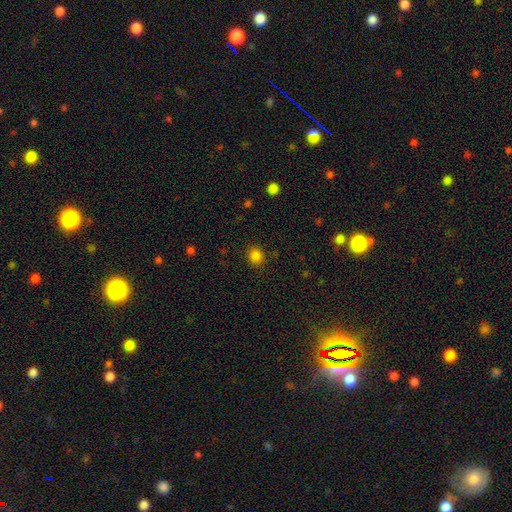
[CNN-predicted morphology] Smooth or featured?
  - smooth: 83% *
  - star or artifact: 13%
  - featured or disk: 4%
How rounded?
  - round: 79% *
  - in between: 20%
  - cigar-shaped: 1%
Merging?
  - none: 89% *
  - minor disturbance: 8%
  - major disturbance: 2%
  - merger: 1%